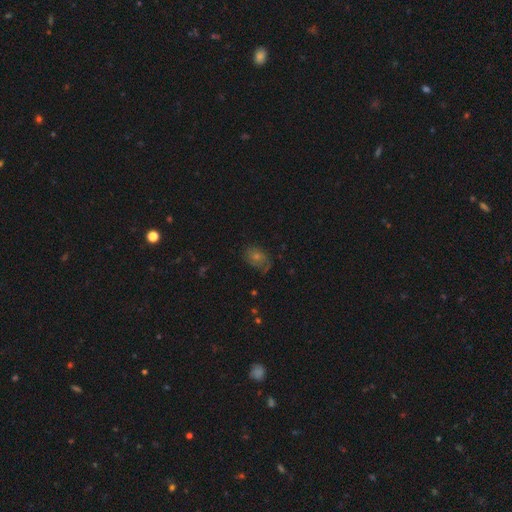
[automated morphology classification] smooth_or_featured: smooth (p=0.45) [alt: featured or disk p=0.31]
merging: none (p=0.67) [alt: minor disturbance p=0.21]